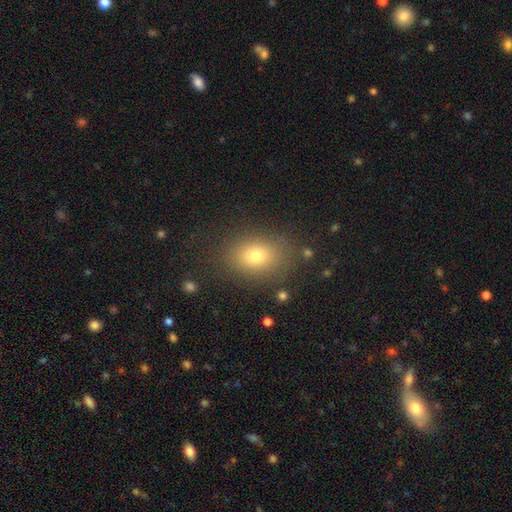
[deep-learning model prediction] smooth-or-featured: smooth: 73% | star or artifact: 17% | featured or disk: 10%
  how-rounded: in between: 71% | round: 28% | cigar-shaped: 1%
  merging: none: 84% | minor disturbance: 10% | major disturbance: 4% | merger: 2%